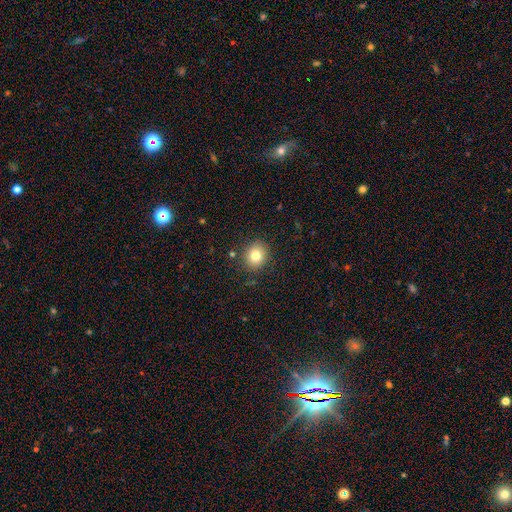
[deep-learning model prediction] This appears to be a smooth galaxy with no disk features (80%) that is round (79%). Merging: none (88%).